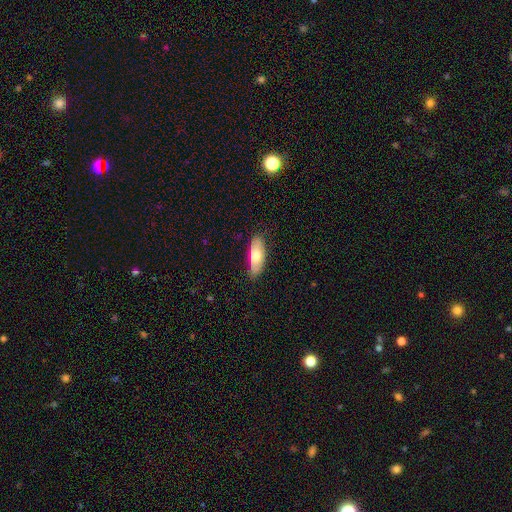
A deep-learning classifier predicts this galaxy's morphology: Overall: smooth (67%). How rounded: in between (76%). Merging: none (82%).